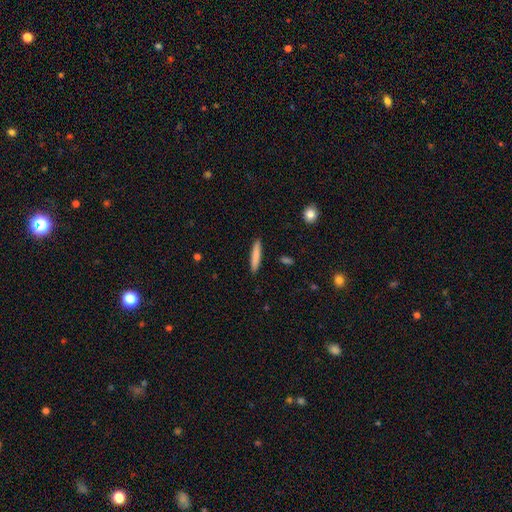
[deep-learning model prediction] Smooth or featured? Predicted: smooth (p=0.81). How rounded? Predicted: cigar-shaped (p=0.91). Merging? Predicted: none (p=0.91).